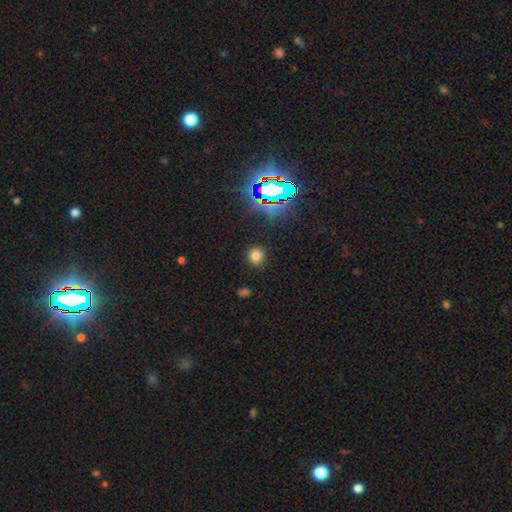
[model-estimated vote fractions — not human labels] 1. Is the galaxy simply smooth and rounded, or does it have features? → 72% smooth, 21% star or artifact, 6% featured or disk.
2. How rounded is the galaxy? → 89% round, 10% in between, 1% cigar-shaped.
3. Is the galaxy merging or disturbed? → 88% none, 8% minor disturbance, 3% major disturbance, 2% merger.